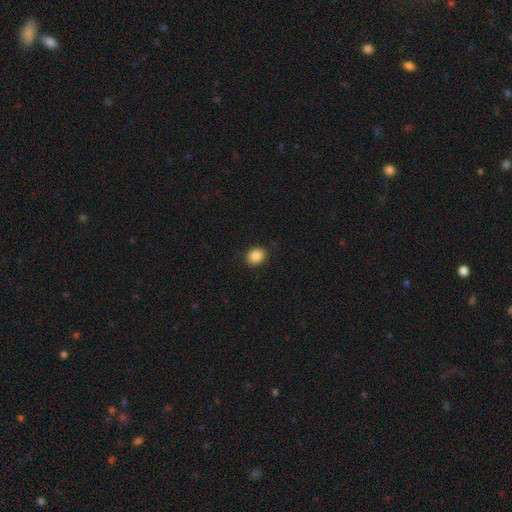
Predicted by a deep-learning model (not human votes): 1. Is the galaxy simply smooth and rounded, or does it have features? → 88% smooth, 9% star or artifact, 3% featured or disk.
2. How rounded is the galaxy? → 56% round, 44% in between, 1% cigar-shaped.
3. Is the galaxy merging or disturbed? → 90% none, 7% minor disturbance, 2% major disturbance, 1% merger.